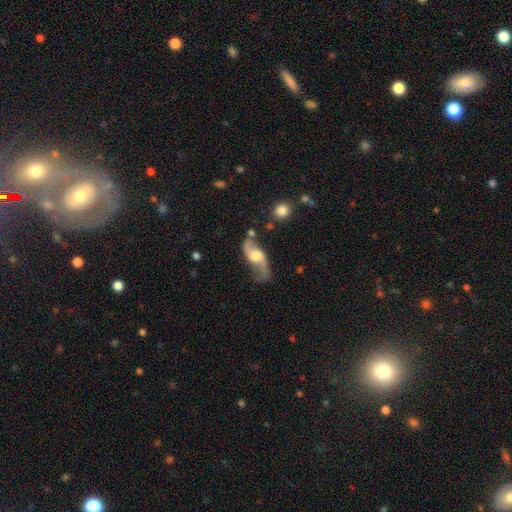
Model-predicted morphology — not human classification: Smooth or featured?
  - featured or disk: 82% *
  - smooth: 12%
  - star or artifact: 5%
Edge-on disk?
  - no: 90% *
  - yes: 10%
Bar?
  - no: 58% *
  - weak: 33%
  - strong: 9%
Spiral arms?
  - yes: 94% *
  - no: 6%
Spiral winding?
  - loose: 80% *
  - medium: 16%
  - tight: 4%
Spiral arm count?
  - 2: 93% *
  - can't tell: 2%
  - 1: 2%
  - 3: 1%
  - 4: 1%
  - more than 4: 1%
Bulge size?
  - moderate: 53% *
  - large: 31%
  - small: 11%
  - none: 3%
  - dominant: 3%
Merging?
  - none: 66% *
  - minor disturbance: 20%
  - major disturbance: 10%
  - merger: 5%